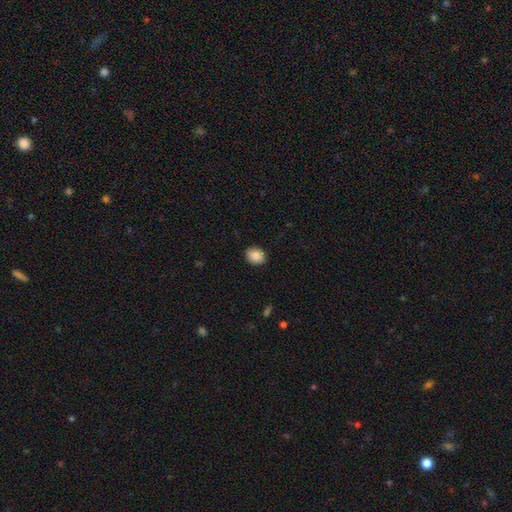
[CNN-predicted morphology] Smooth or featured?
  - smooth: 88% *
  - star or artifact: 8%
  - featured or disk: 4%
How rounded?
  - in between: 51% *
  - round: 48%
  - cigar-shaped: 1%
Merging?
  - none: 89% *
  - minor disturbance: 9%
  - major disturbance: 2%
  - merger: 1%